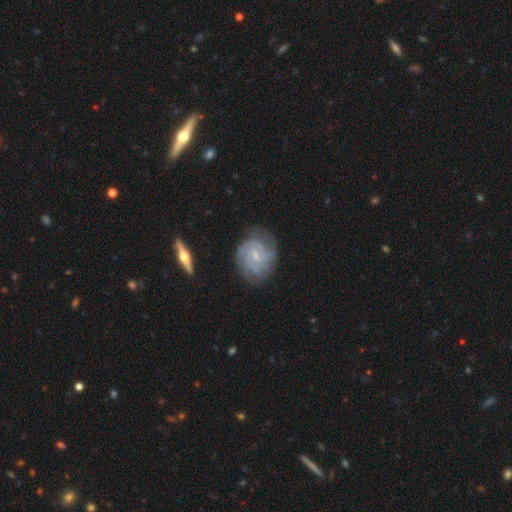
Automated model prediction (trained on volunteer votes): Smooth or featured?
  - featured or disk: 85% *
  - smooth: 9%
  - star or artifact: 6%
Edge-on disk?
  - no: 97% *
  - yes: 3%
Bar?
  - no: 60% *
  - weak: 34%
  - strong: 6%
Spiral arms?
  - yes: 96% *
  - no: 4%
Spiral winding?
  - tight: 60% *
  - medium: 33%
  - loose: 7%
Spiral arm count?
  - 3: 32% *
  - can't tell: 22%
  - 2: 19%
  - 4: 16%
  - more than 4: 5%
  - 1: 5%
Bulge size?
  - small: 72% *
  - moderate: 22%
  - none: 4%
  - large: 1%
  - dominant: 1%
Merging?
  - none: 74% *
  - minor disturbance: 18%
  - major disturbance: 6%
  - merger: 2%